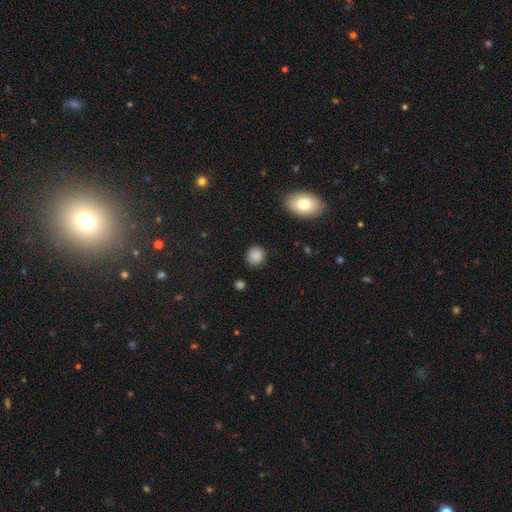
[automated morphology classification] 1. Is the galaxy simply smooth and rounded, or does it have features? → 85% smooth, 11% star or artifact, 5% featured or disk.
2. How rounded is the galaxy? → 86% round, 13% in between, 1% cigar-shaped.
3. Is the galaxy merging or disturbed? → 84% none, 11% minor disturbance, 3% major disturbance, 2% merger.